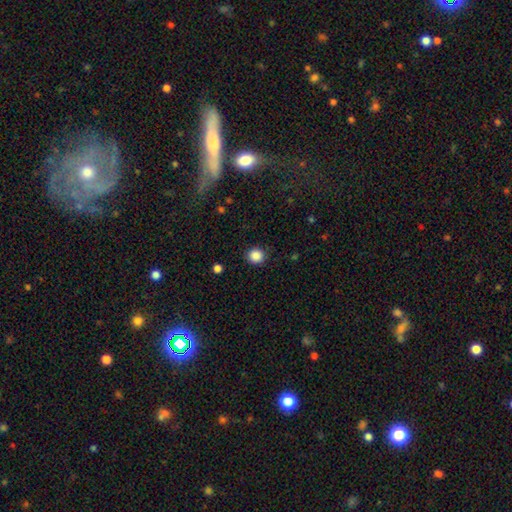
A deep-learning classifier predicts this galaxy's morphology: Smooth or featured: smooth — 87% (star or artifact — 10%)
How rounded: round — 89% (in between — 10%)
Merging: none — 90% (minor disturbance — 7%)